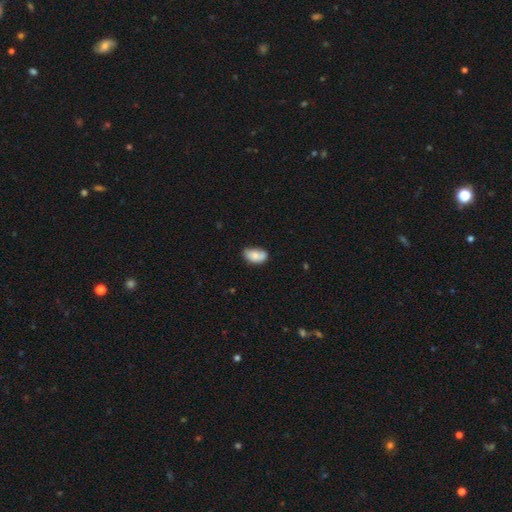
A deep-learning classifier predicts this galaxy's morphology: smooth_or_featured: smooth (p=0.78) [alt: featured or disk p=0.15]
how_rounded: in between (p=0.92) [alt: round p=0.06]
merging: none (p=0.55) [alt: minor disturbance p=0.32]